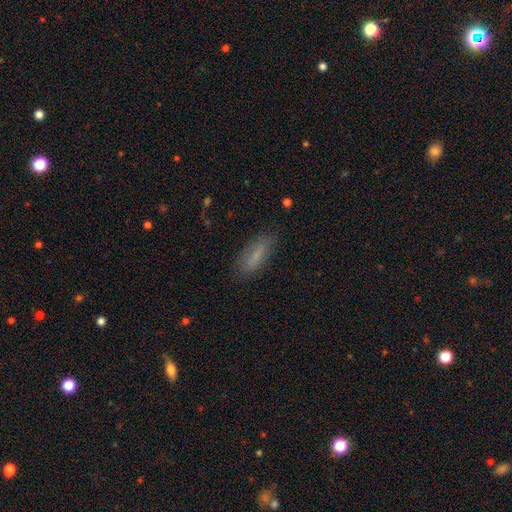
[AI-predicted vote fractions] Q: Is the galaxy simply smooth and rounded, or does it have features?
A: smooth — 70%.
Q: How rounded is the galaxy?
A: in between — 58%.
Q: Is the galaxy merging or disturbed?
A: none — 81%.